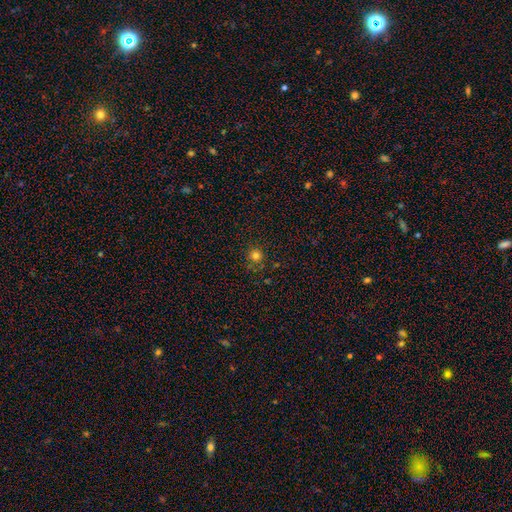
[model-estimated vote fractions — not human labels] smooth_or_featured: smooth (p=0.77) [alt: star or artifact p=0.17]
how_rounded: round (p=0.94) [alt: in between p=0.05]
merging: none (p=0.84) [alt: minor disturbance p=0.10]